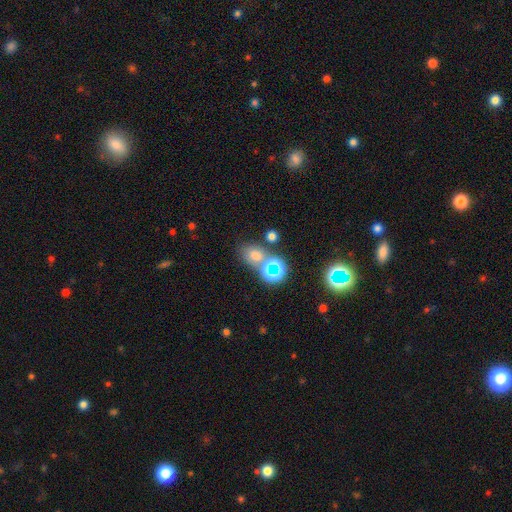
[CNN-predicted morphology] type=smooth (61%); roundness=round (54%); merging=none (58%).